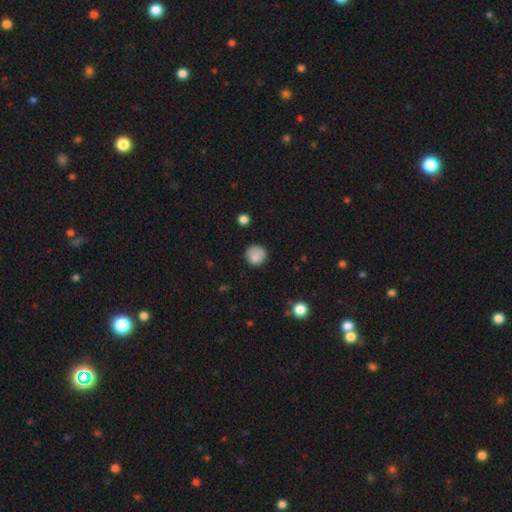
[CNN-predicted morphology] type=smooth (84%); roundness=round (89%); merging=none (74%).